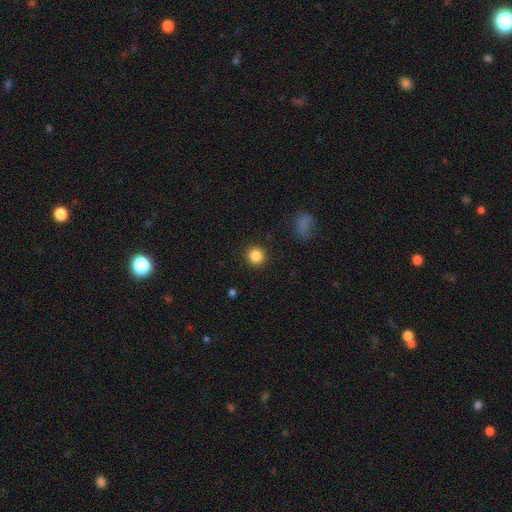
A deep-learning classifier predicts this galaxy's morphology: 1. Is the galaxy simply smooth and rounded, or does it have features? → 86% smooth, 10% star or artifact, 4% featured or disk.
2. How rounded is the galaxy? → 93% round, 6% in between, 1% cigar-shaped.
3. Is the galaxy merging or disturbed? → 92% none, 5% minor disturbance, 2% major disturbance, 1% merger.